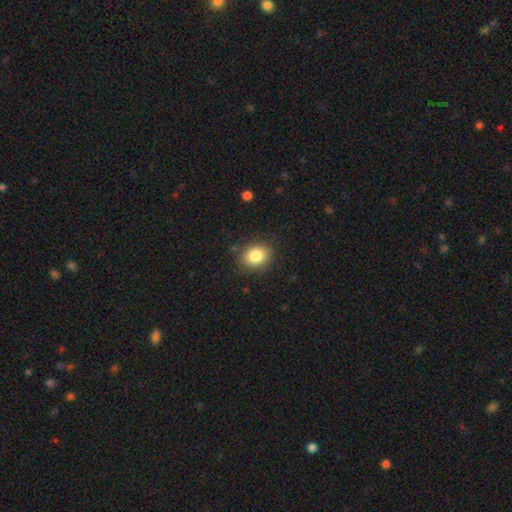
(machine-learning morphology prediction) Smooth or featured?
  - smooth: 85% *
  - star or artifact: 9%
  - featured or disk: 6%
How rounded?
  - round: 51% *
  - in between: 48%
  - cigar-shaped: 1%
Merging?
  - none: 86% *
  - minor disturbance: 10%
  - major disturbance: 3%
  - merger: 1%